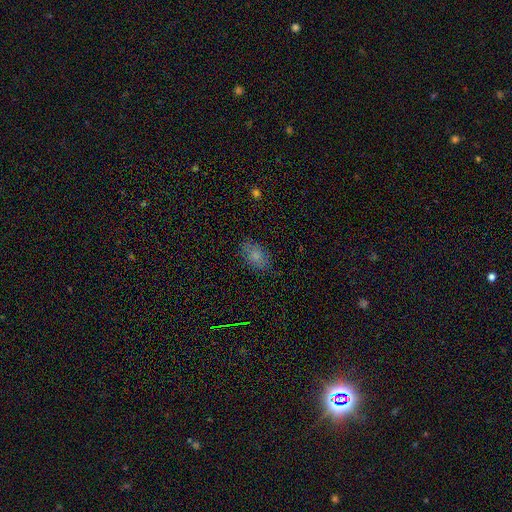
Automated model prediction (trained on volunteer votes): Smooth or featured? Predicted: smooth (p=0.72). How rounded? Predicted: in between (p=0.87). Merging? Predicted: none (p=0.79).